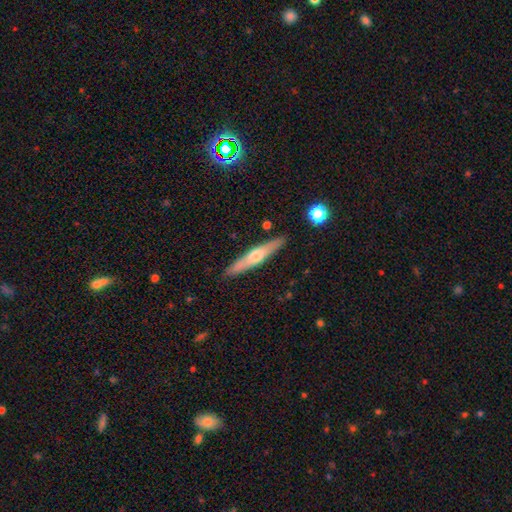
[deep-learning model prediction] The model was most divided on "smooth or featured": featured or disk: 56%, smooth: 38%, star or artifact: 6%. More confident: edge-on disk — yes (94%); merging — none (90%); edge-on bulge — rounded (87%).